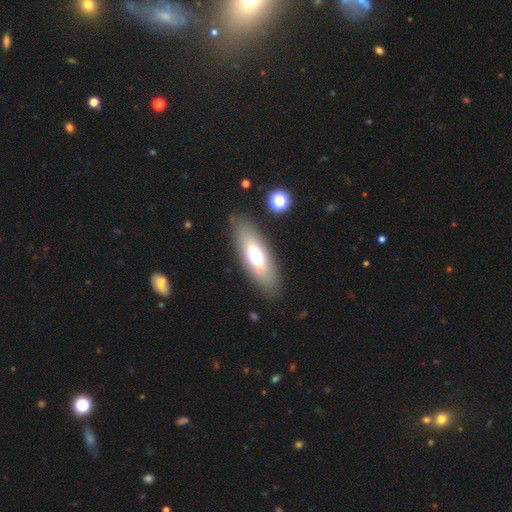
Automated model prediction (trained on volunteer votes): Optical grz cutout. It shows a smooth galaxy with no disk features (60%) that is in between round and cigar-shaped (67%). Merging: none (82%).